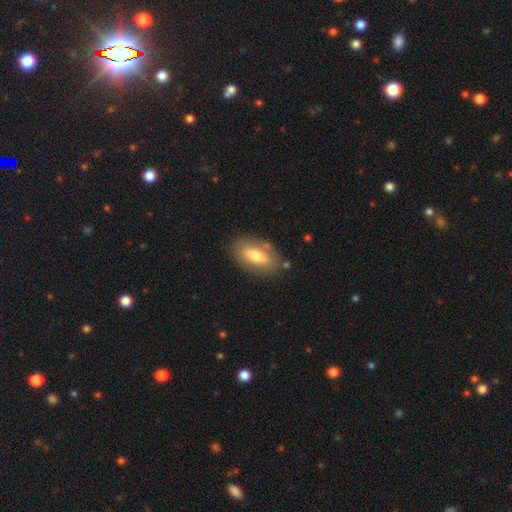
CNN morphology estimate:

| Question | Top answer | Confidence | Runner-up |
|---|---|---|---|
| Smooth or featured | smooth | 68% | featured or disk (26%) |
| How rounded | in between | 89% | cigar-shaped (6%) |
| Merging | none | 80% | minor disturbance (12%) |